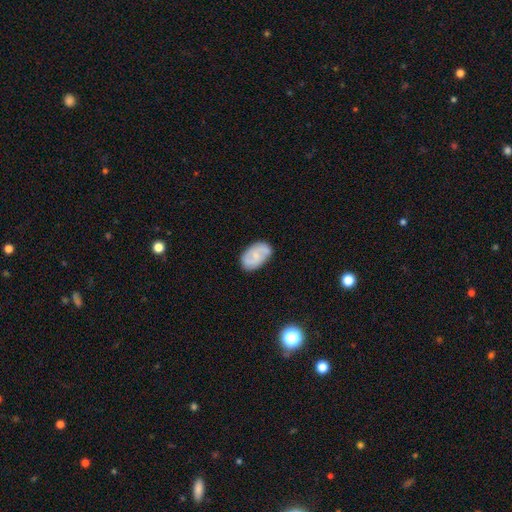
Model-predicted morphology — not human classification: Smooth or featured: featured or disk — 47% (smooth — 46%)
Merging: none — 73% (minor disturbance — 20%)